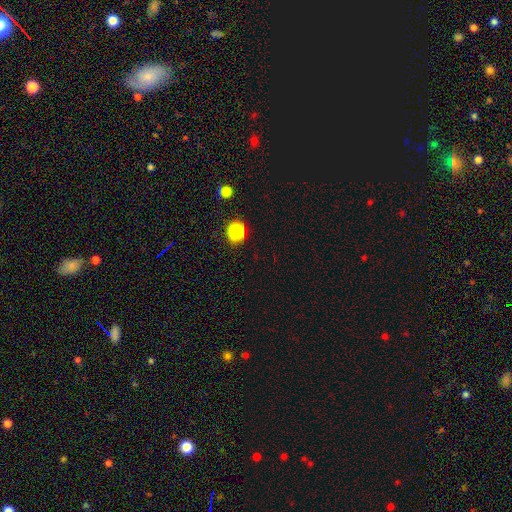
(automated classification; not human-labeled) Smooth or featured? star or artifact (52%)